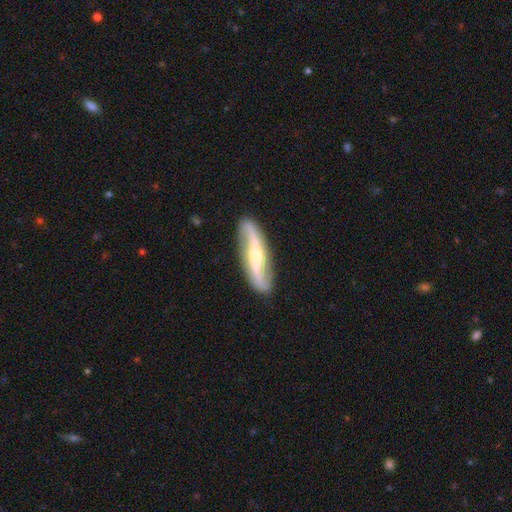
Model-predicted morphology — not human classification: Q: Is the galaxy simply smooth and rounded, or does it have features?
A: featured or disk — 83%.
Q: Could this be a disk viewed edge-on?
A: no — 78%.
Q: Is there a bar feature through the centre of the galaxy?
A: strong — 44%.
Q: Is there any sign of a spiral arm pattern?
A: yes — 93%.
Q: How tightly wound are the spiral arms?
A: loose — 66%.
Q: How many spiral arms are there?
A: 2 — 93%.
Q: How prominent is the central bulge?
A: moderate — 50%.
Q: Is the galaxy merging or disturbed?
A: none — 87%.